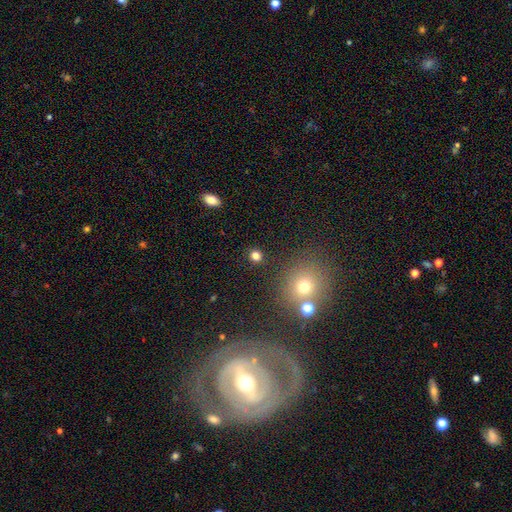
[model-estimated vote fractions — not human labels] Smooth or featured? Predicted: smooth (p=0.79). How rounded? Predicted: round (p=0.87). Merging? Predicted: none (p=0.88).